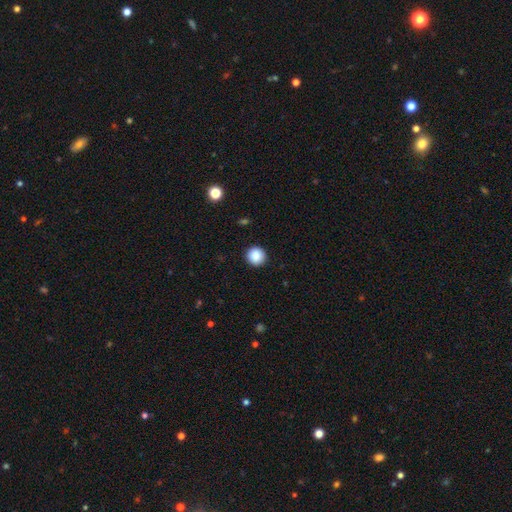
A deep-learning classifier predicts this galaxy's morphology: Q: Smooth or featured?
A: smooth (88%); runner-up: star or artifact (9%)
Q: How rounded?
A: round (95%); runner-up: in between (4%)
Q: Merging?
A: none (92%); runner-up: minor disturbance (5%)